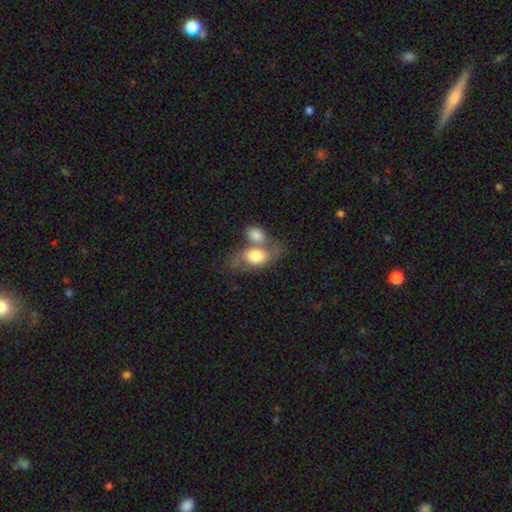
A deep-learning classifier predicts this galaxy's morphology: A smooth galaxy with no disk features (63%) that is in between round and cigar-shaped (83%). Merging: merger (56%).